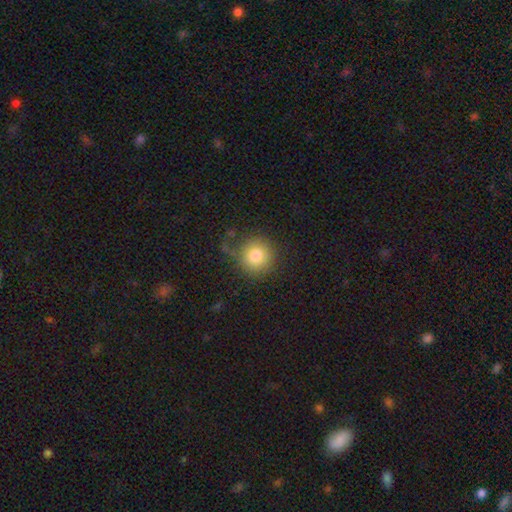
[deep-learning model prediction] smooth_or_featured: smooth (p=0.80) [alt: featured or disk p=0.10]
how_rounded: round (p=0.93) [alt: in between p=0.06]
merging: none (p=0.67) [alt: minor disturbance p=0.17]